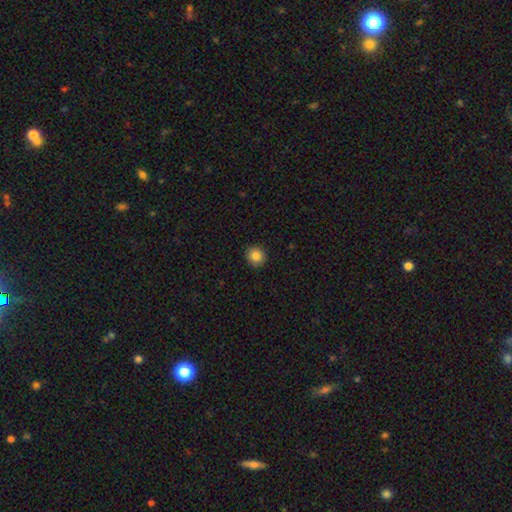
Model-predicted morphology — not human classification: Smooth or featured: smooth — 85% (star or artifact — 10%)
How rounded: round — 91% (in between — 8%)
Merging: none — 92% (minor disturbance — 5%)